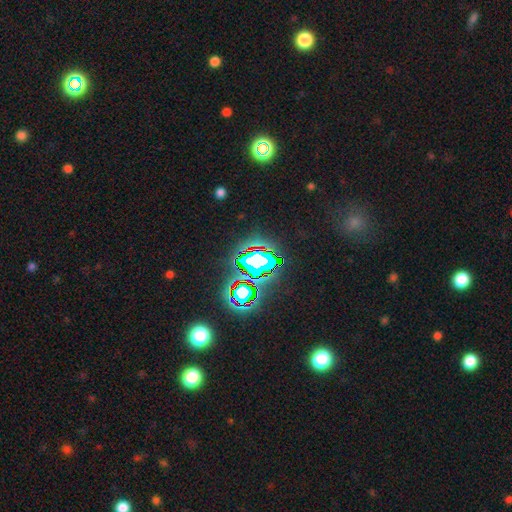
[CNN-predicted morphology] Smooth or featured: star or artifact — 73% (smooth — 14%)